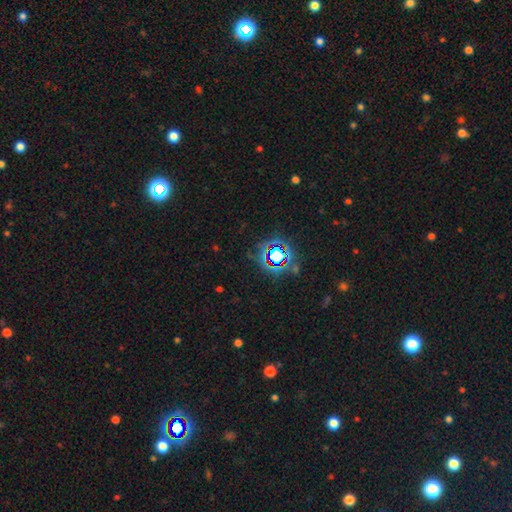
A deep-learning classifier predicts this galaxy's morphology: This is likely a star or artifact rather than a galaxy (77%).